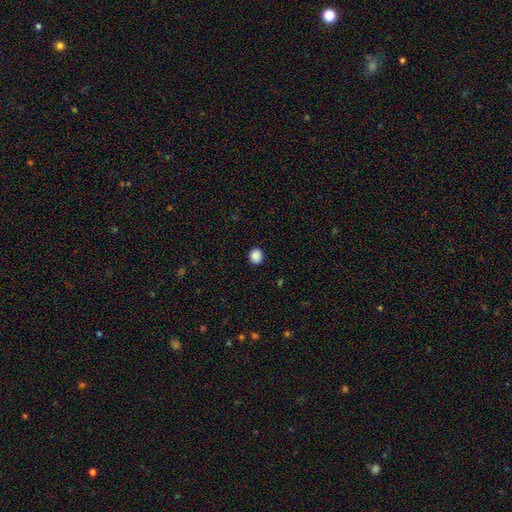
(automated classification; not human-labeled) Smooth or featured: smooth — 88% (star or artifact — 9%)
How rounded: round — 75% (in between — 24%)
Merging: none — 91% (minor disturbance — 7%)